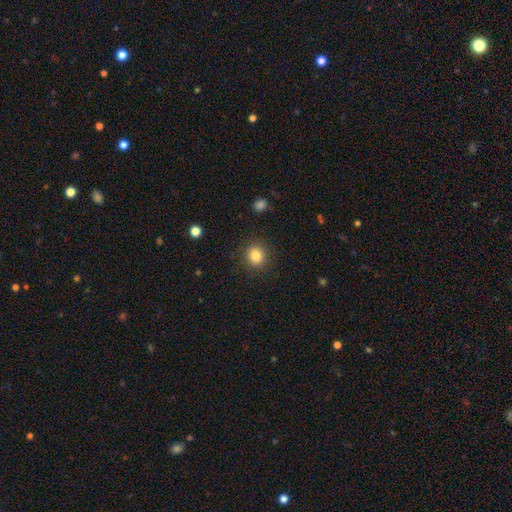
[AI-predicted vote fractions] Smooth or featured? smooth (83%)
How rounded? round (89%)
Merging? none (90%)